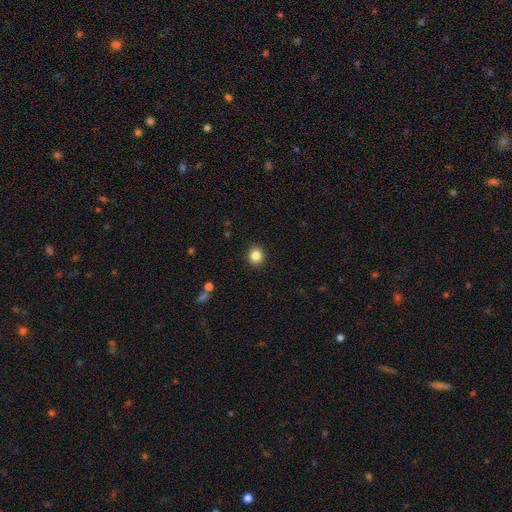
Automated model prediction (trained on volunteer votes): smooth_or_featured: smooth (p=0.85) [alt: star or artifact p=0.11]
how_rounded: round (p=0.88) [alt: in between p=0.11]
merging: none (p=0.92) [alt: minor disturbance p=0.05]